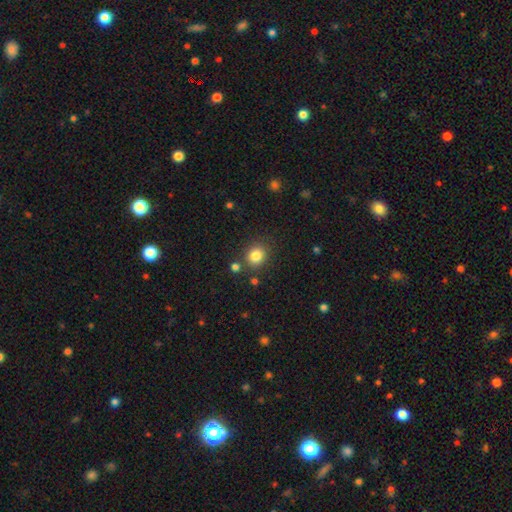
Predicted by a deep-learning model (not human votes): Q: Smooth or featured?
A: smooth (83%); runner-up: star or artifact (11%)
Q: How rounded?
A: round (73%); runner-up: in between (26%)
Q: Merging?
A: none (80%); runner-up: minor disturbance (10%)